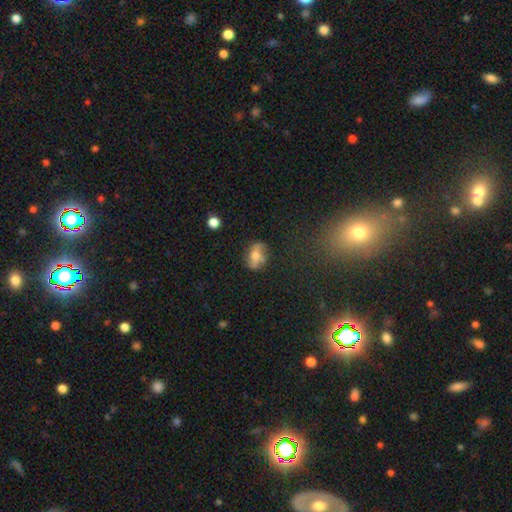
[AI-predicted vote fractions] smooth-or-featured: featured or disk: 54% | smooth: 35% | star or artifact: 11%
  disk-edge-on: no: 92% | yes: 8%
  merging: none: 71% | minor disturbance: 19% | major disturbance: 7% | merger: 2%